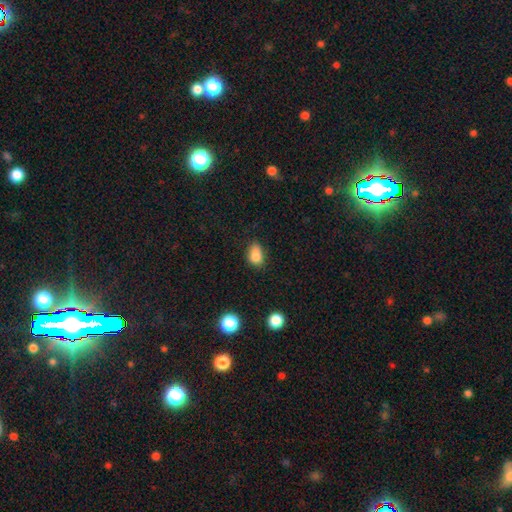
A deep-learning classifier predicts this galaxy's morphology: Smooth or featured?
  - smooth: 84% *
  - star or artifact: 11%
  - featured or disk: 5%
How rounded?
  - in between: 78% *
  - round: 21%
  - cigar-shaped: 2%
Merging?
  - none: 64% *
  - minor disturbance: 28%
  - major disturbance: 6%
  - merger: 2%